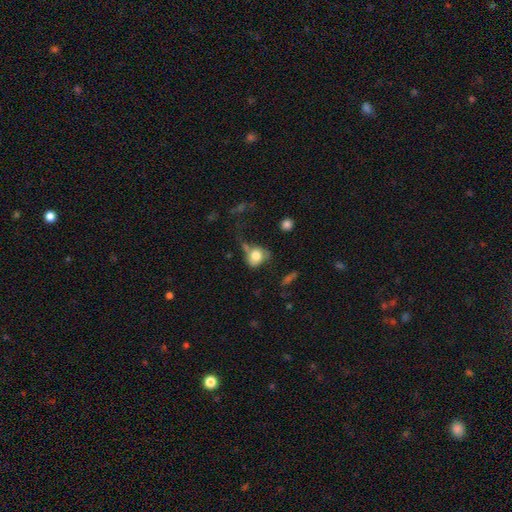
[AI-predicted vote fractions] Smooth or featured: smooth — 73% (featured or disk — 18%)
How rounded: round — 60% (in between — 39%)
Merging: none — 33% (minor disturbance — 26%)